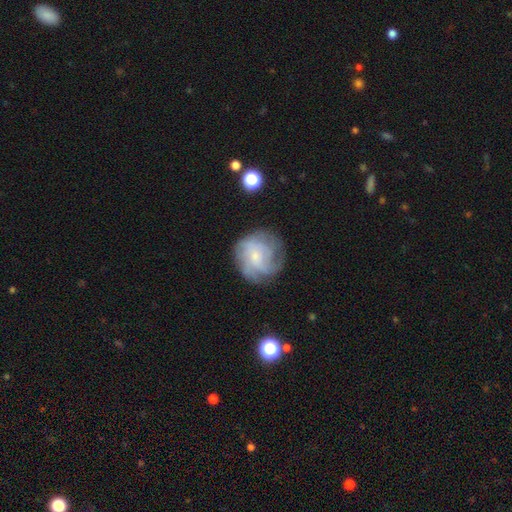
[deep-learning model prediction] Smooth or featured: featured or disk — 57% (smooth — 34%)
Edge-on disk: no — 97% (yes — 3%)
Bar: no — 69% (weak — 27%)
Spiral arms: yes — 79% (no — 21%)
Bulge size: small — 57% (moderate — 25%)
Merging: none — 67% (minor disturbance — 19%)